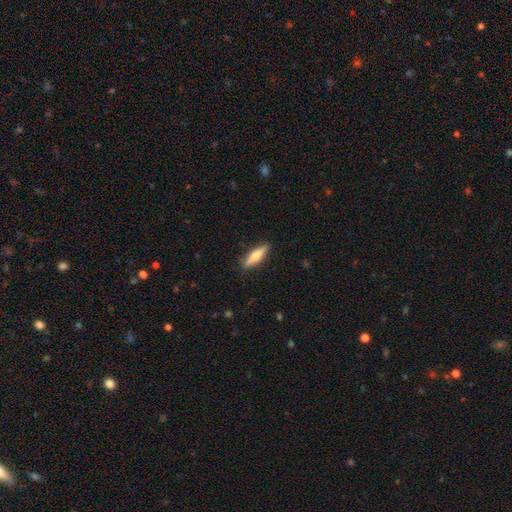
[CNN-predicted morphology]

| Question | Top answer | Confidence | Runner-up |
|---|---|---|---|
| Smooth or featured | smooth | 54% | featured or disk (40%) |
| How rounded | cigar-shaped | 72% | in between (26%) |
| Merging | none | 89% | minor disturbance (8%) |